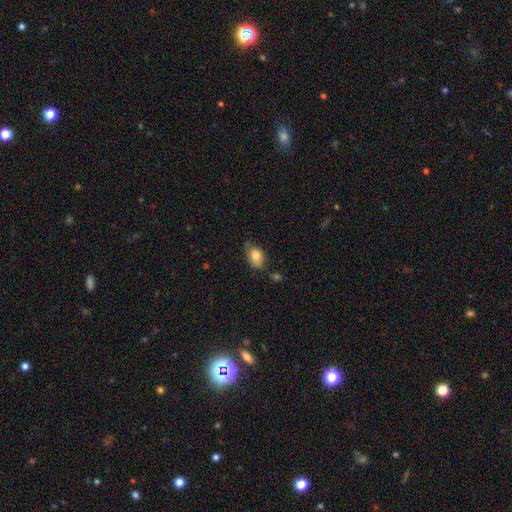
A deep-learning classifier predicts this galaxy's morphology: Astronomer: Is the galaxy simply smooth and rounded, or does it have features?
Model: smooth — 81%.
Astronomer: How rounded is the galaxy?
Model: in between — 85%.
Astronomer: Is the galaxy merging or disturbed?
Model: none — 65%.